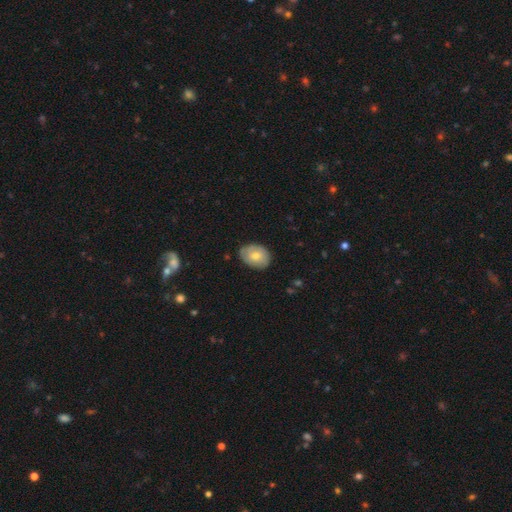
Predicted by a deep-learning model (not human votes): The model was most divided on "how rounded": in between: 70%, round: 29%, cigar-shaped: 1%. More confident: merging — none (77%); smooth or featured — smooth (69%).